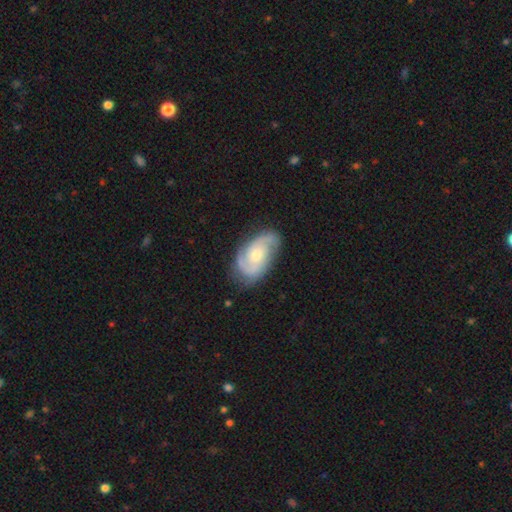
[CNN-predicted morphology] Smooth or featured? Predicted: featured or disk (p=0.83). Edge-on disk? Predicted: no (p=0.97). Bar? Predicted: no (p=0.66). Spiral arms? Predicted: yes (p=0.96). Spiral winding? Predicted: medium (p=0.47). Spiral arm count? Predicted: 2 (p=0.69). Bulge size? Predicted: moderate (p=0.53). Merging? Predicted: none (p=0.74).